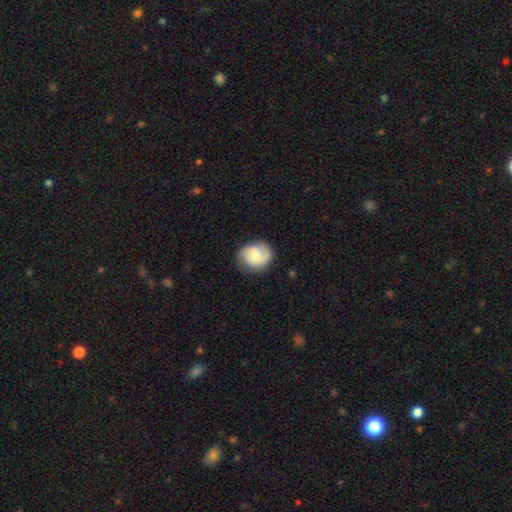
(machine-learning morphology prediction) featured or disk 62%, smooth 32%, star or artifact 6%. Down the decision tree: edge-on disk — no (98%); bar — no (66%); spiral arms — yes (92%); spiral arm count — 2 (70%); spiral winding — medium (43%); bulge size — moderate (51%); merging — none (77%).